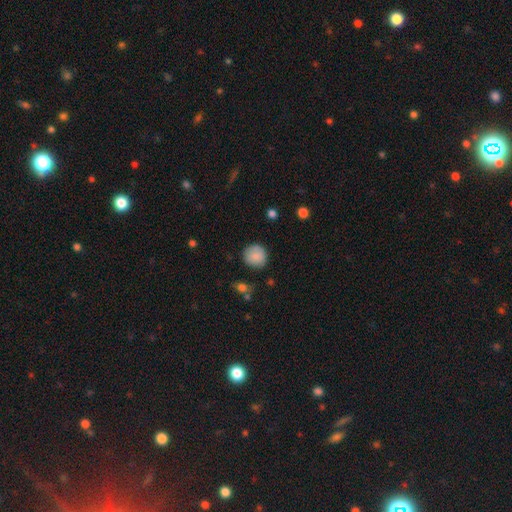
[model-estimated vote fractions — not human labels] A smooth galaxy with no disk features (86%) that is round (91%). Merging: none (82%).